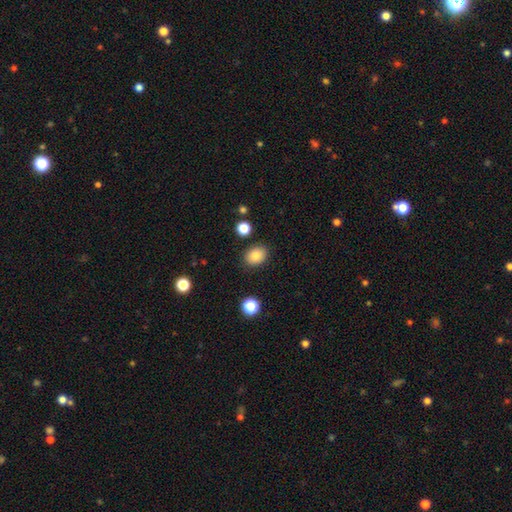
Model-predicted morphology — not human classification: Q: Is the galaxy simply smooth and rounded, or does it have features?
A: smooth — 85%.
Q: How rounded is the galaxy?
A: in between — 61%.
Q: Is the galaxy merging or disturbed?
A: none — 86%.